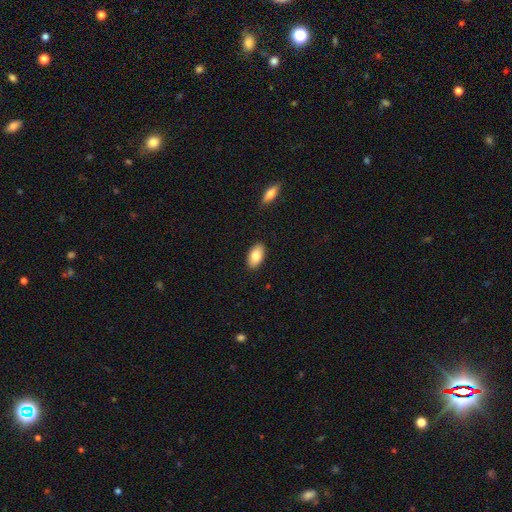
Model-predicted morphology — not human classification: This is clearly a smooth galaxy (82%). How rounded: clearly in between (94%). Merging: clearly none (89%).